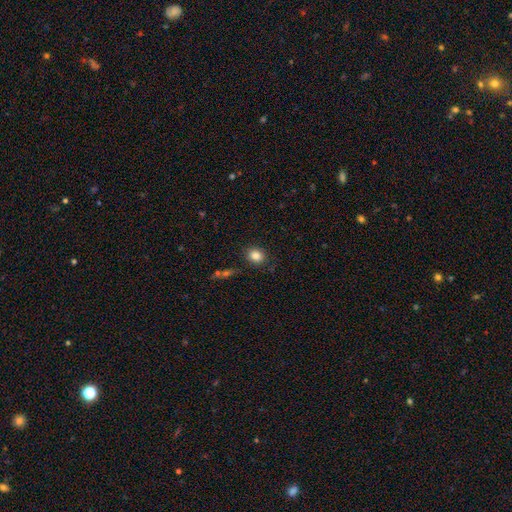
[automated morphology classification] Smooth or featured? smooth (84%)
How rounded? round (71%)
Merging? none (86%)